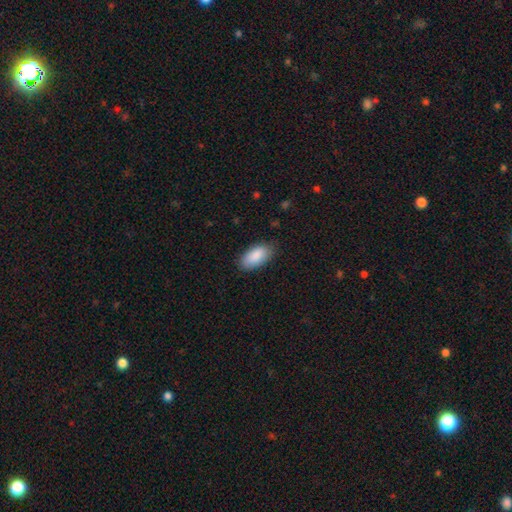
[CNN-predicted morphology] smooth-or-featured: smooth: 89% | star or artifact: 6% | featured or disk: 5%
  how-rounded: in between: 94% | cigar-shaped: 4% | round: 2%
  merging: none: 82% | minor disturbance: 14% | major disturbance: 3% | merger: 1%